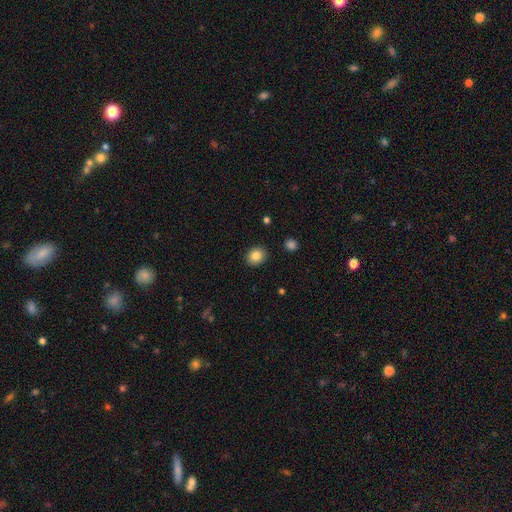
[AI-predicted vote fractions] The model was most divided on "how rounded": round: 68%, in between: 31%, cigar-shaped: 1%. More confident: merging — none (89%); smooth or featured — smooth (85%).